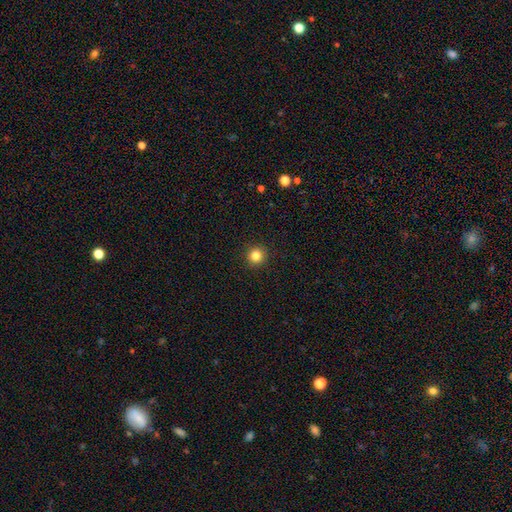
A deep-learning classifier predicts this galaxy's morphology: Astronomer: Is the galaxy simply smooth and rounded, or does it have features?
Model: smooth — 84%.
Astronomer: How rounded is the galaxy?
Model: round — 94%.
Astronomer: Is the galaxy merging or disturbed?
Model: none — 93%.